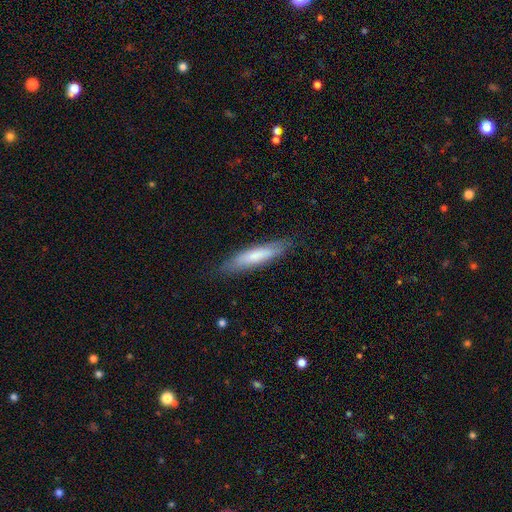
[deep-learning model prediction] smooth-or-featured: smooth: 67% | featured or disk: 27% | star or artifact: 6%
  how-rounded: cigar-shaped: 79% | in between: 19% | round: 1%
  merging: none: 82% | minor disturbance: 14% | major disturbance: 3% | merger: 1%